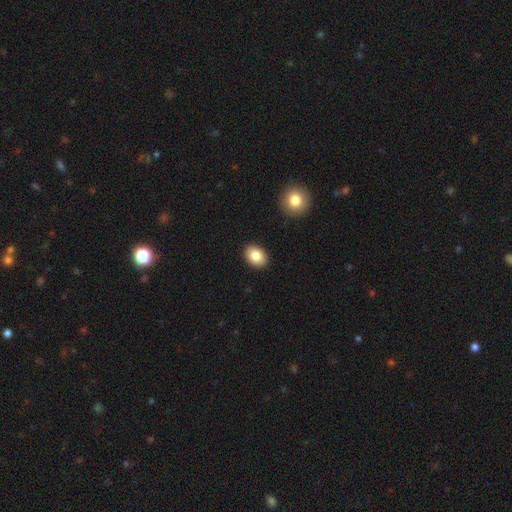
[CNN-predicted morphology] type=smooth (83%); roundness=in between (76%); merging=none (90%).